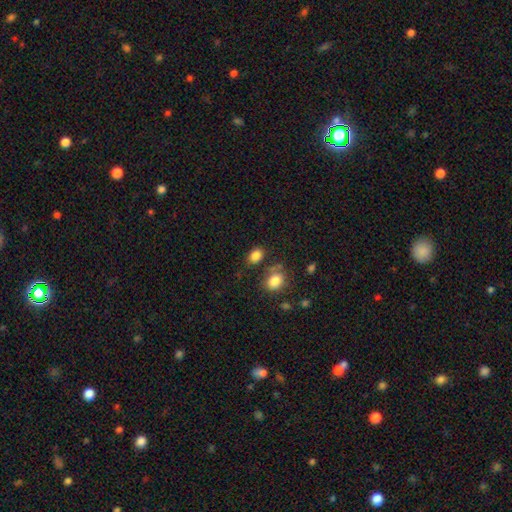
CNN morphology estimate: type=smooth (83%); roundness=in between (69%); merging=none (71%).